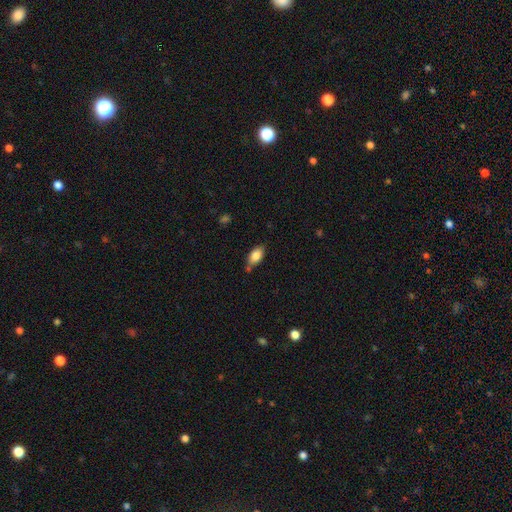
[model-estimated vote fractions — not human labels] Smooth or featured: smooth — 84% (featured or disk — 9%)
How rounded: in between — 91% (round — 5%)
Merging: none — 68% (minor disturbance — 19%)